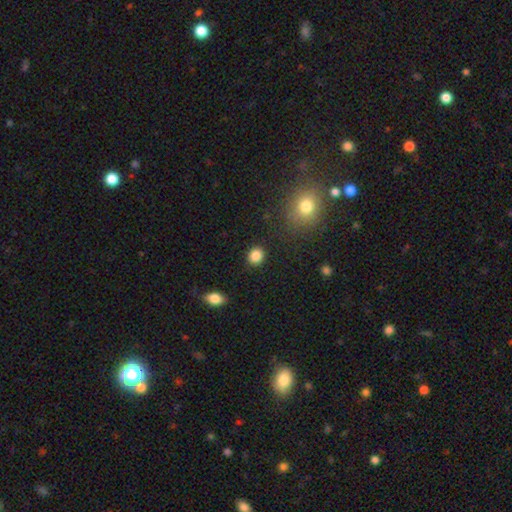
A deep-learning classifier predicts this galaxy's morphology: Smooth or featured?
  - smooth: 86% *
  - star or artifact: 10%
  - featured or disk: 4%
How rounded?
  - round: 75% *
  - in between: 24%
  - cigar-shaped: 1%
Merging?
  - none: 88% *
  - minor disturbance: 7%
  - major disturbance: 3%
  - merger: 2%